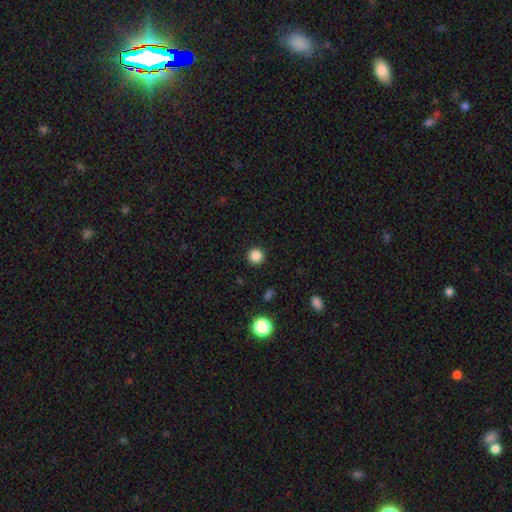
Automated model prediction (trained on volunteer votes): This appears to be a smooth galaxy with no disk features (85%) that is round (96%). Merging: none (92%).